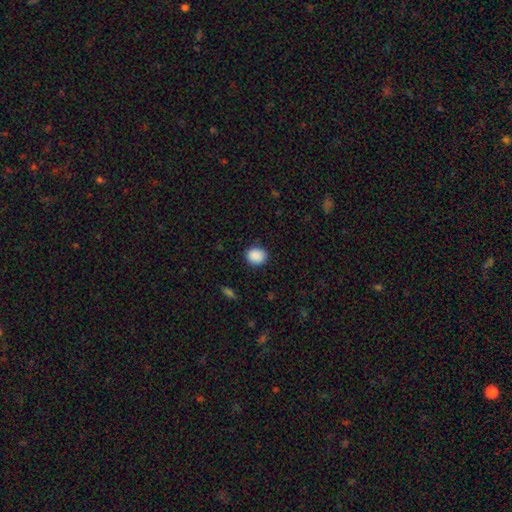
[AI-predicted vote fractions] A smooth galaxy with no disk features (89%) that is round (68%). Merging: none (88%).